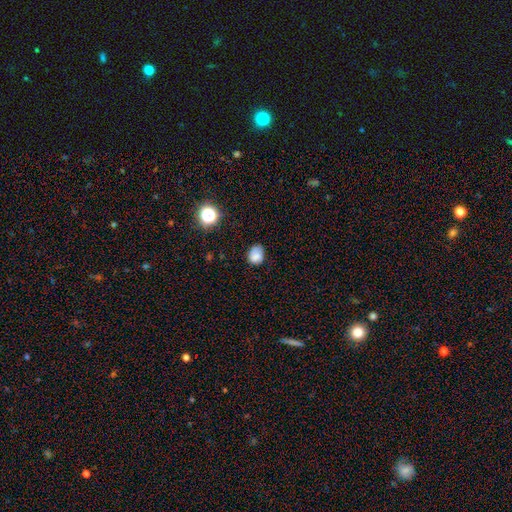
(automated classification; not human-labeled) The model was most divided on "how rounded": in between: 54%, round: 45%, cigar-shaped: 1%. More confident: smooth or featured — smooth (79%); merging — none (61%).